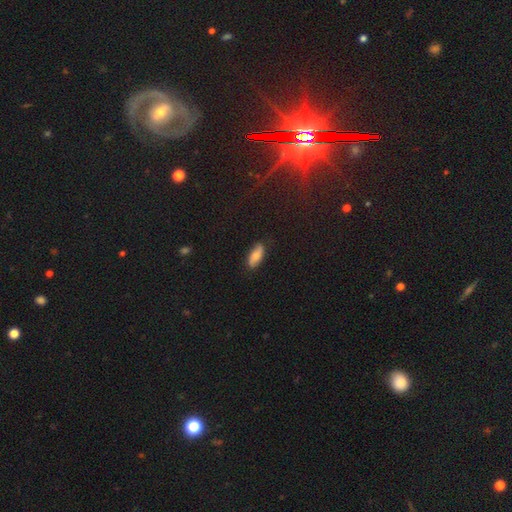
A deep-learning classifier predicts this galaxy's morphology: Q: Smooth or featured?
A: smooth (63%); runner-up: featured or disk (29%)
Q: How rounded?
A: in between (79%); runner-up: cigar-shaped (18%)
Q: Merging?
A: none (83%); runner-up: minor disturbance (13%)